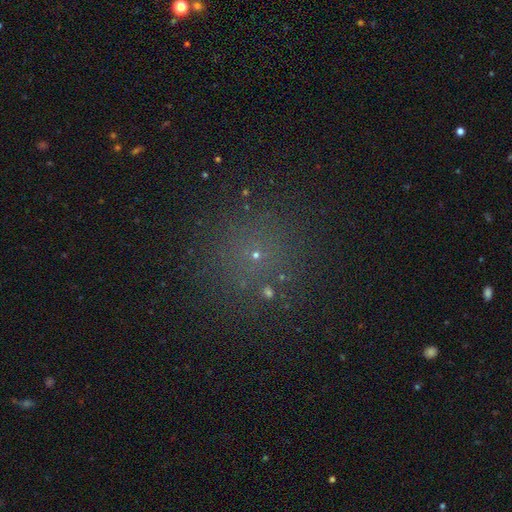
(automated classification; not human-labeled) Morphology: type=smooth (54%); roundness=round (95%); merging=none (87%).